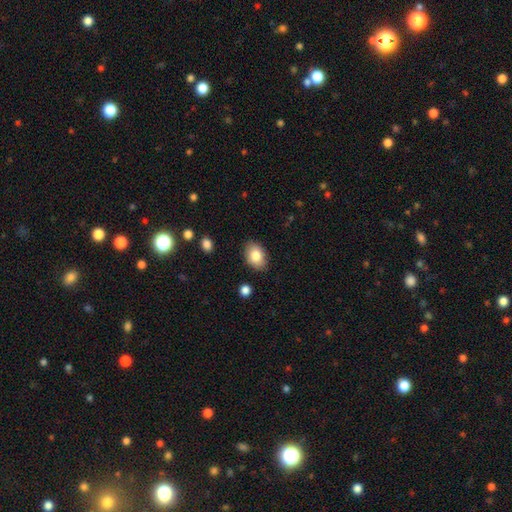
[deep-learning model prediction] This is clearly a smooth galaxy (83%). How rounded: clearly in between (84%). Merging: clearly none (86%).